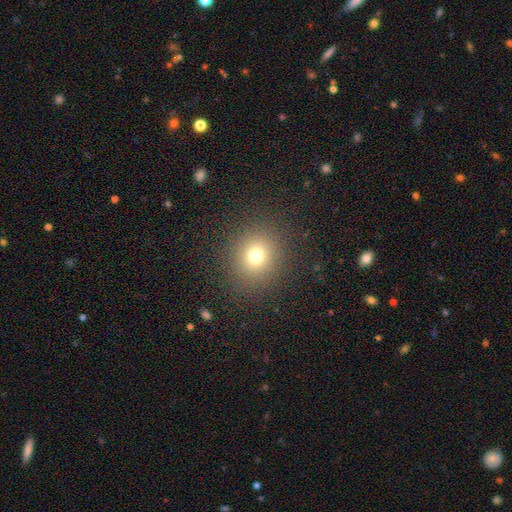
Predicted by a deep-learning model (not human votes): smooth-or-featured: smooth: 73% | star or artifact: 18% | featured or disk: 9%
  how-rounded: round: 81% | in between: 18% | cigar-shaped: 1%
  merging: none: 88% | minor disturbance: 7% | major disturbance: 4% | merger: 1%